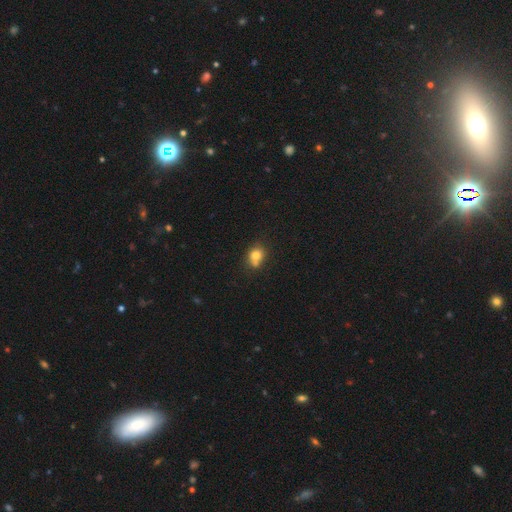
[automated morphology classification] Smooth or featured?
  - smooth: 75% *
  - featured or disk: 13%
  - star or artifact: 11%
How rounded?
  - round: 59% *
  - in between: 40%
  - cigar-shaped: 1%
Merging?
  - none: 43% *
  - merger: 35%
  - minor disturbance: 16%
  - major disturbance: 6%